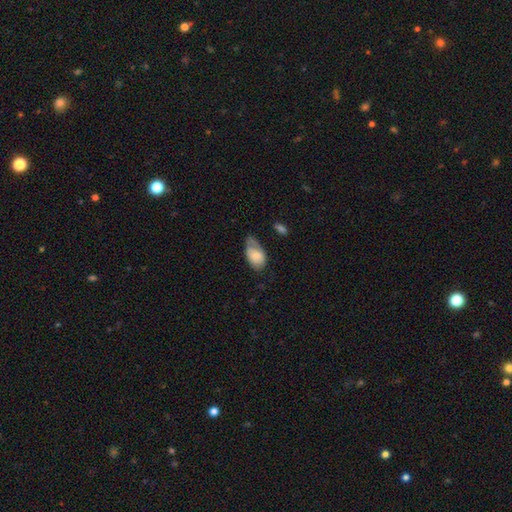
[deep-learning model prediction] smooth_or_featured: smooth (p=0.72) [alt: featured or disk p=0.22]
how_rounded: in between (p=0.92) [alt: round p=0.06]
merging: minor disturbance (p=0.41) [alt: none p=0.33]